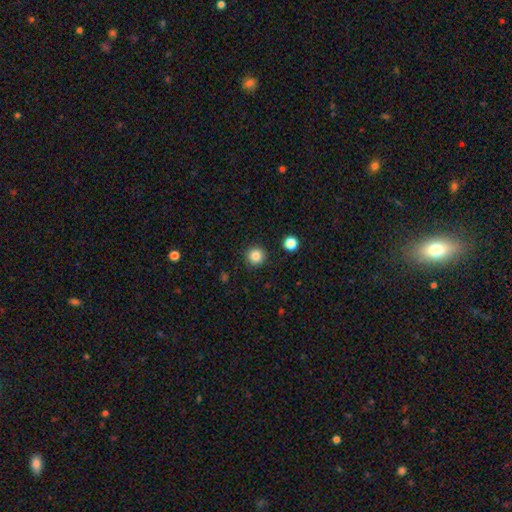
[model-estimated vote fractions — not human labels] smooth 85%, star or artifact 11%, featured or disk 4%. Down the decision tree: how rounded — round (95%); merging — none (91%).